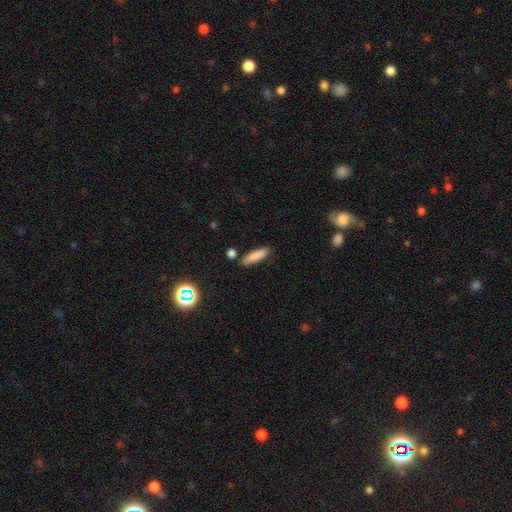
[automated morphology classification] This appears to be a smooth galaxy with no disk features (84%) that is cigar-shaped (60%). Merging: none (80%).